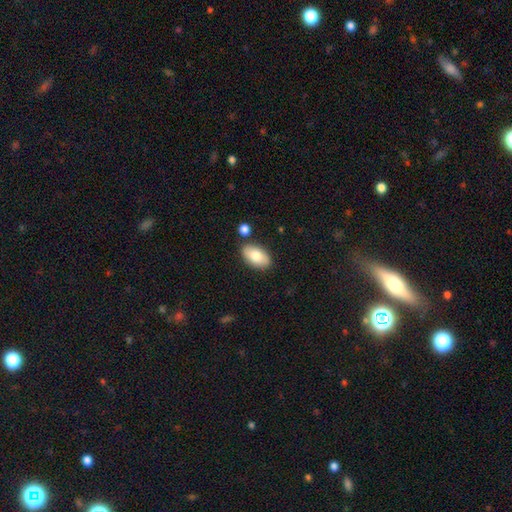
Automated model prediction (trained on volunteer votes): Smooth or featured? smooth (79%)
How rounded? in between (94%)
Merging? none (81%)